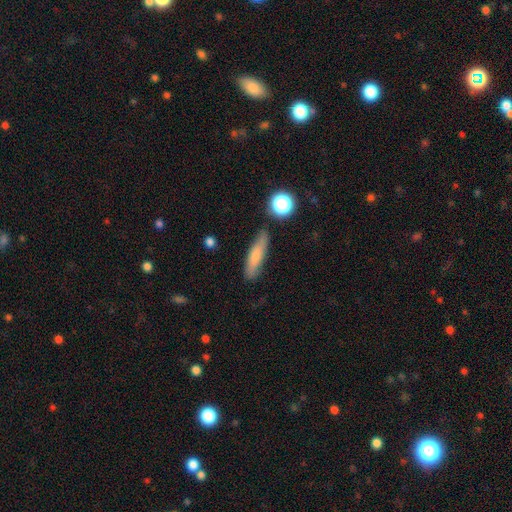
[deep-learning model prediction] smooth 74%, featured or disk 18%, star or artifact 9%. Down the decision tree: how rounded — cigar-shaped (74%); merging — none (80%).